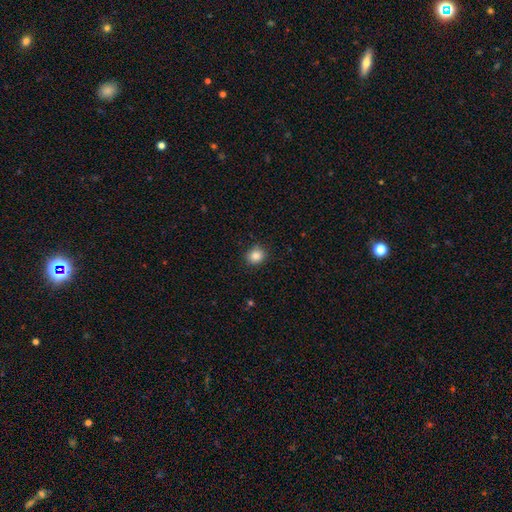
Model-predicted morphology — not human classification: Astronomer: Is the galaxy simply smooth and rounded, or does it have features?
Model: smooth — 86%.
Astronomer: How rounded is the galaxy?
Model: round — 81%.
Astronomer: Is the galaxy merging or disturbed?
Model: none — 88%.